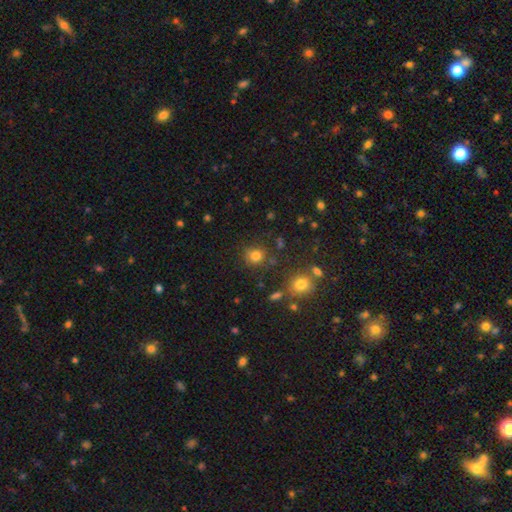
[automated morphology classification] Q: Smooth or featured?
A: smooth (79%); runner-up: star or artifact (15%)
Q: How rounded?
A: round (86%); runner-up: in between (13%)
Q: Merging?
A: none (79%); runner-up: minor disturbance (11%)